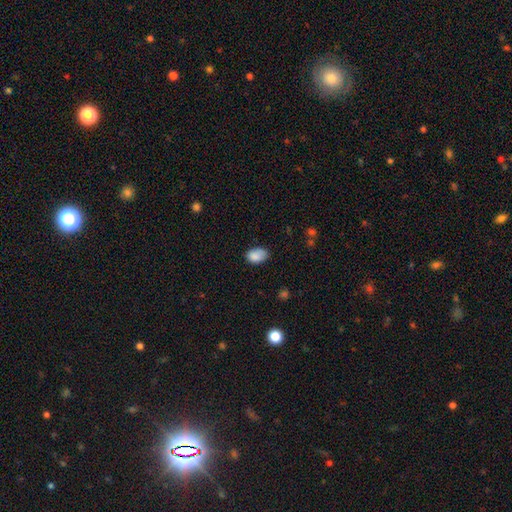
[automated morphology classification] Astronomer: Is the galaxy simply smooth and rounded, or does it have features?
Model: smooth — 85%.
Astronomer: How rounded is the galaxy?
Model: in between — 88%.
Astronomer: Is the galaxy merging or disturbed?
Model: none — 63%.